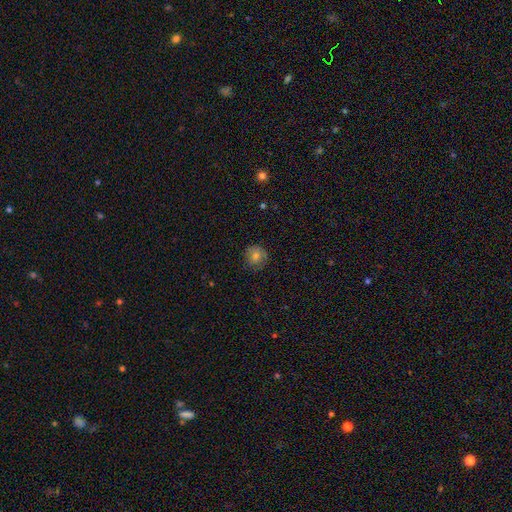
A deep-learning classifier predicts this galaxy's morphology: type=smooth (67%); roundness=round (86%); merging=none (77%).